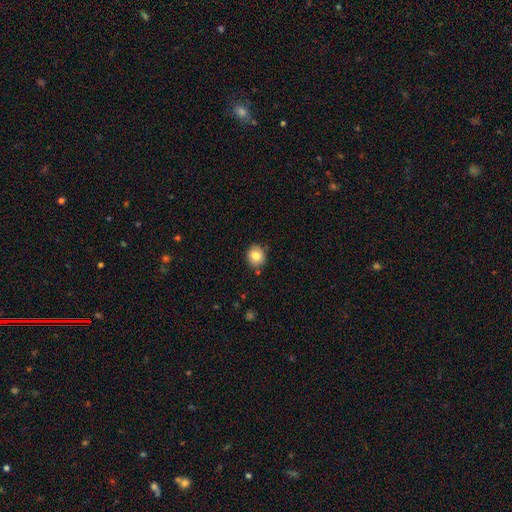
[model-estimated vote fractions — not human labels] Morphology: type=smooth (83%); roundness=round (77%); merging=none (85%).